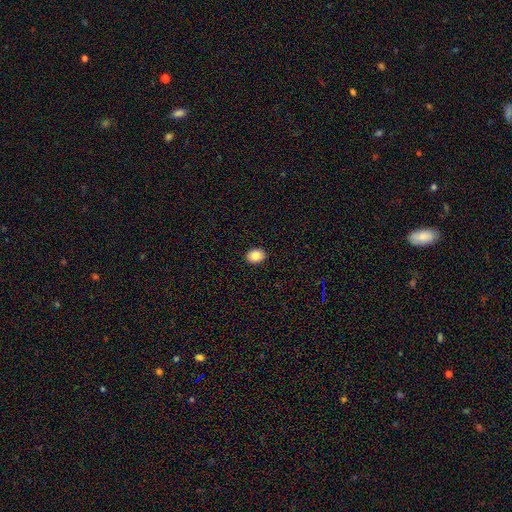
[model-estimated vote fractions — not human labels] Morphology: type=smooth (85%); roundness=in between (61%); merging=none (91%).